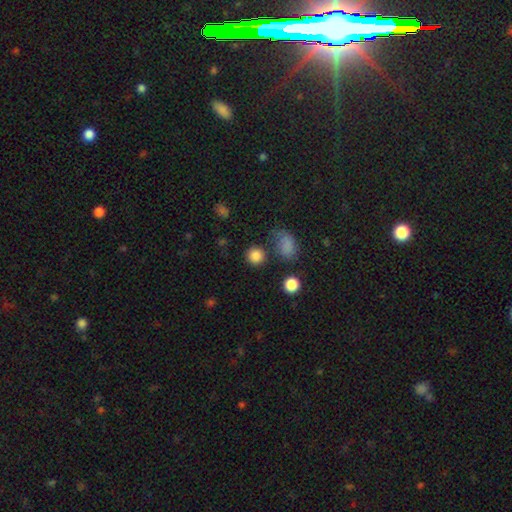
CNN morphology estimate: Smooth or featured? smooth (84%)
How rounded? round (90%)
Merging? none (80%)